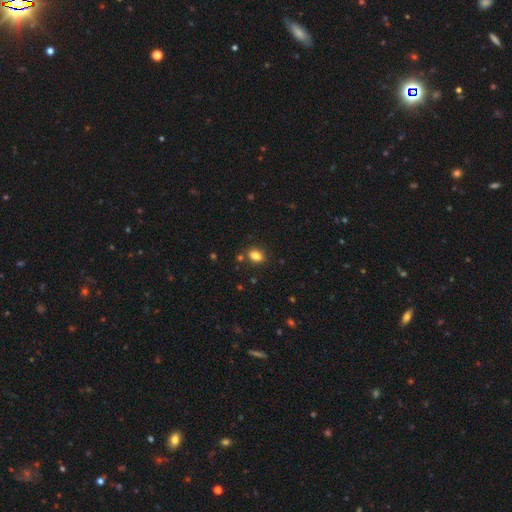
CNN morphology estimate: Smooth or featured? smooth (83%)
How rounded? in between (79%)
Merging? none (80%)